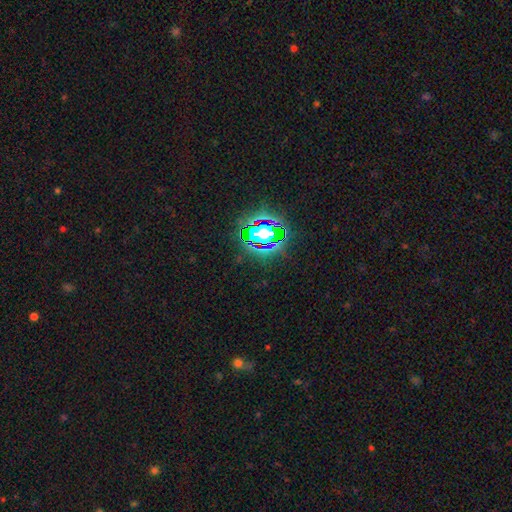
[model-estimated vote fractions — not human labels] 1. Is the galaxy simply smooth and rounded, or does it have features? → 79% star or artifact, 13% smooth, 8% featured or disk.